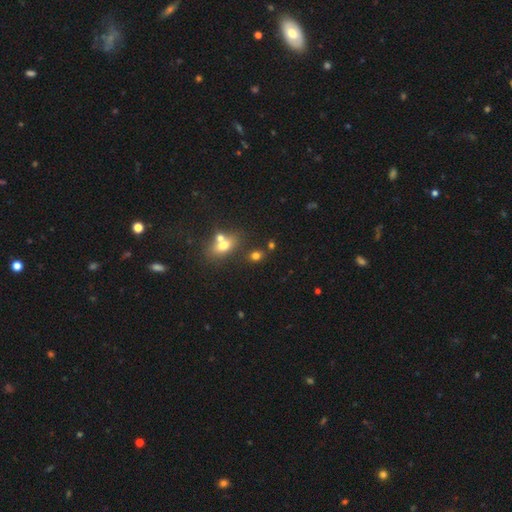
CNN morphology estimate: smooth-or-featured: smooth: 71% | star or artifact: 17% | featured or disk: 12%
  how-rounded: in between: 55% | round: 42% | cigar-shaped: 3%
  merging: none: 55% | merger: 28% | minor disturbance: 11% | major disturbance: 5%